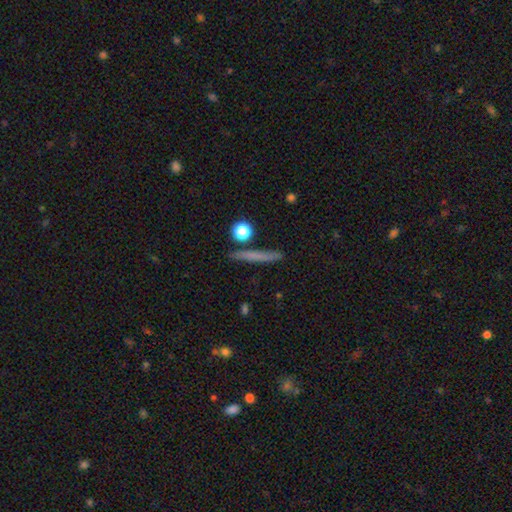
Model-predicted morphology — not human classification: Overall: smooth (60%; featured or disk 31%). How rounded: cigar-shaped (89%). Merging: none (86%).